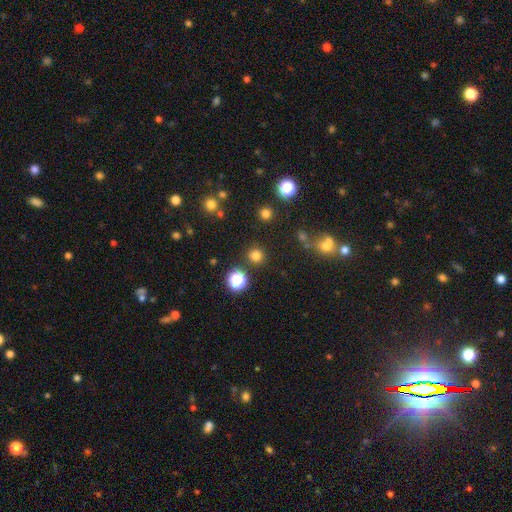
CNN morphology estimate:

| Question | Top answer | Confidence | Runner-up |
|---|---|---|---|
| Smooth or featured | smooth | 77% | star or artifact (19%) |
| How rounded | round | 93% | in between (6%) |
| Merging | none | 88% | minor disturbance (6%) |